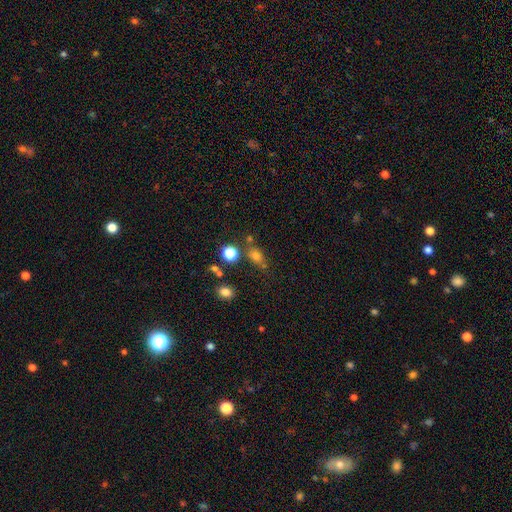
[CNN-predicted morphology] Smooth or featured? smooth (67%)
How rounded? in between (48%)
Merging? none (62%)